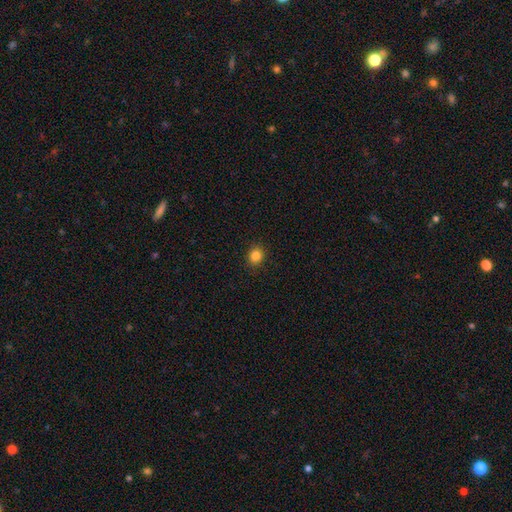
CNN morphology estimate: Smooth or featured? smooth (85%)
How rounded? round (72%)
Merging? none (90%)